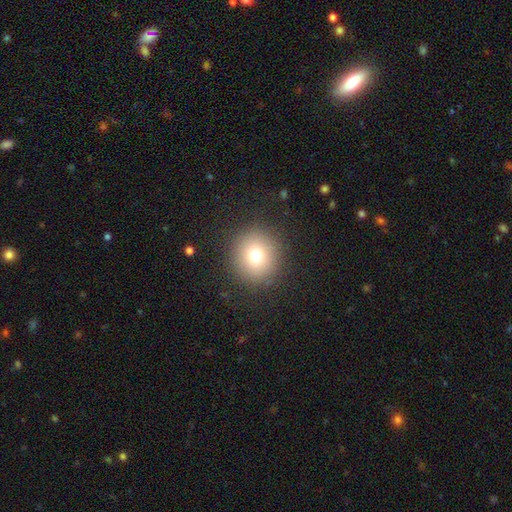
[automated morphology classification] Q: Smooth or featured?
A: smooth (75%); runner-up: star or artifact (13%)
Q: How rounded?
A: round (91%); runner-up: in between (8%)
Q: Merging?
A: none (89%); runner-up: minor disturbance (7%)